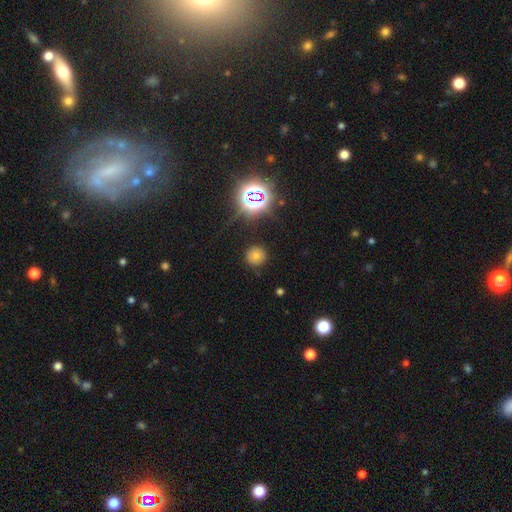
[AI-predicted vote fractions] smooth_or_featured: smooth (p=0.67) [alt: star or artifact p=0.22]
how_rounded: round (p=0.92) [alt: in between p=0.07]
merging: none (p=0.86) [alt: minor disturbance p=0.10]